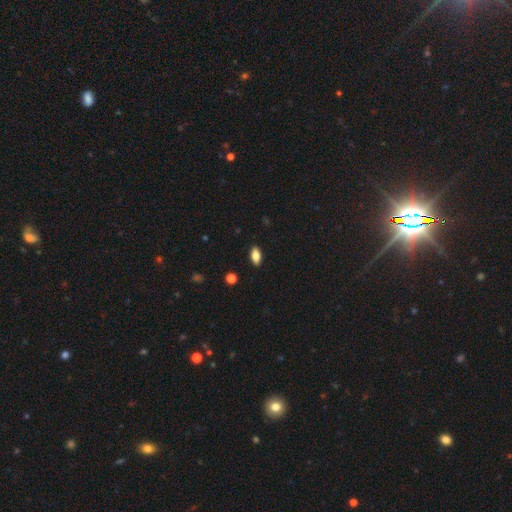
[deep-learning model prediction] Smooth or featured? smooth (80%)
How rounded? in between (89%)
Merging? none (89%)